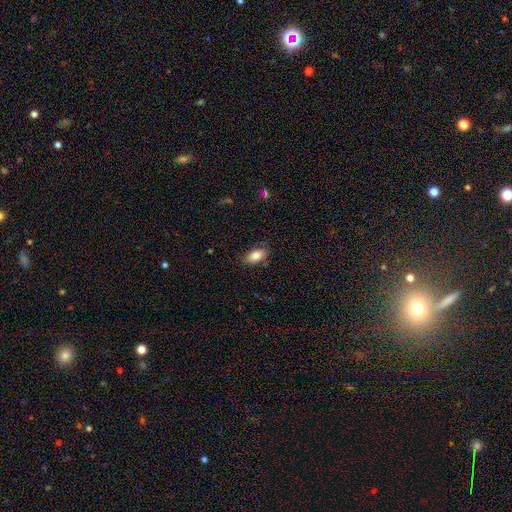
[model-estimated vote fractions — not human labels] Smooth or featured? smooth (83%)
How rounded? in between (92%)
Merging? none (78%)